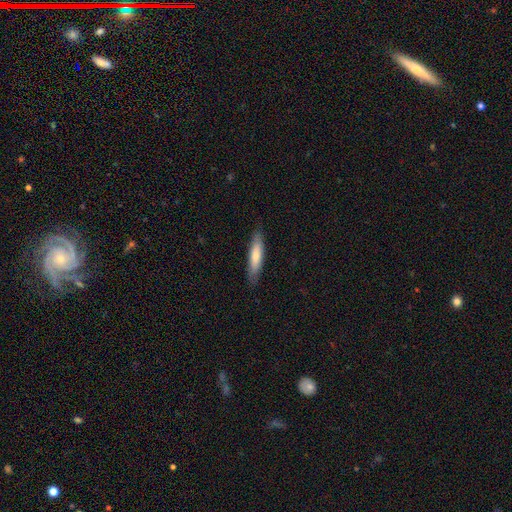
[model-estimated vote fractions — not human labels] Overall: smooth (72%). How rounded: cigar-shaped (77%). Merging: none (85%).